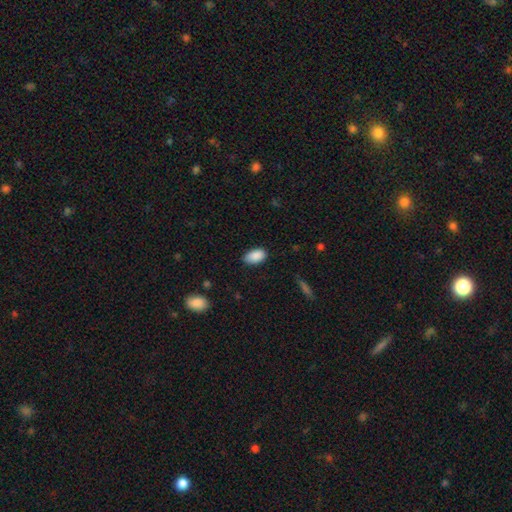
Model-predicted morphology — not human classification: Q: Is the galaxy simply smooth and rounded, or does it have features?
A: smooth — 89%.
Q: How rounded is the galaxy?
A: in between — 94%.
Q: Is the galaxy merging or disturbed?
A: none — 82%.